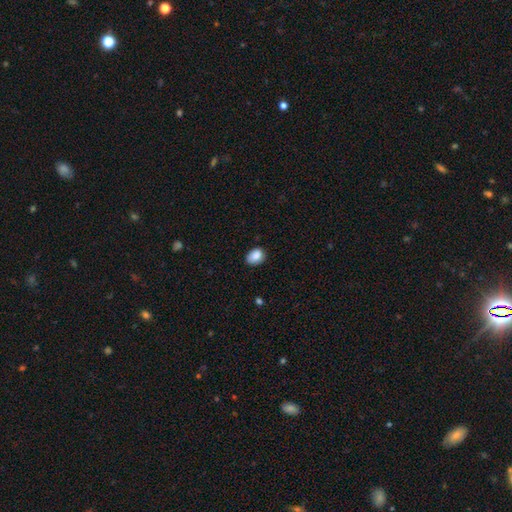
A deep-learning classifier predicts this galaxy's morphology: Smooth or featured? Predicted: smooth (p=0.87). How rounded? Predicted: in between (p=0.72). Merging? Predicted: none (p=0.75).